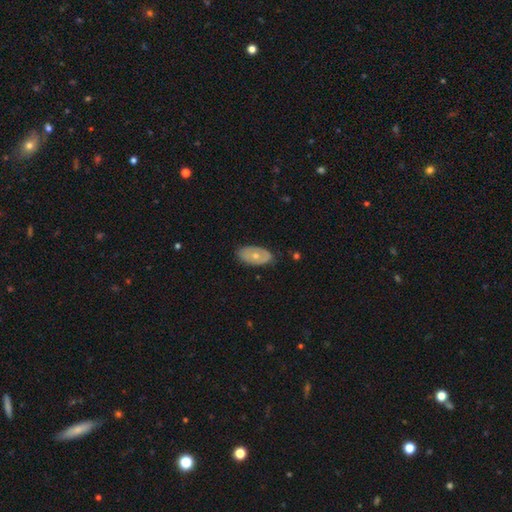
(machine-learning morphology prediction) Smooth or featured? featured or disk (50%)
Edge-on disk? no (86%)
Merging? none (78%)